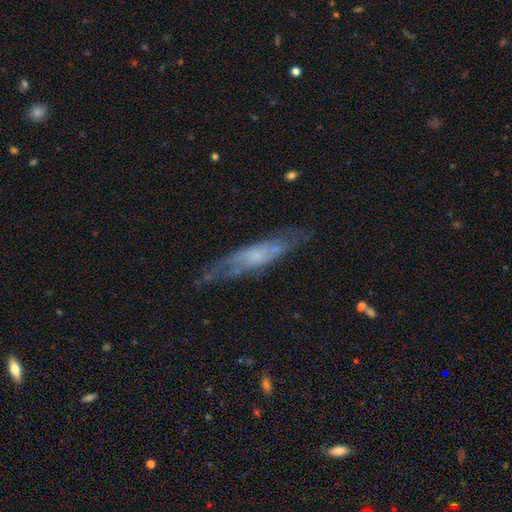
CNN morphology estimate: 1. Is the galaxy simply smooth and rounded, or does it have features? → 55% featured or disk, 38% smooth, 7% star or artifact.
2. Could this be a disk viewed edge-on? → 57% yes, 43% no.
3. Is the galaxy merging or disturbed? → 64% none, 24% minor disturbance, 10% major disturbance, 2% merger.